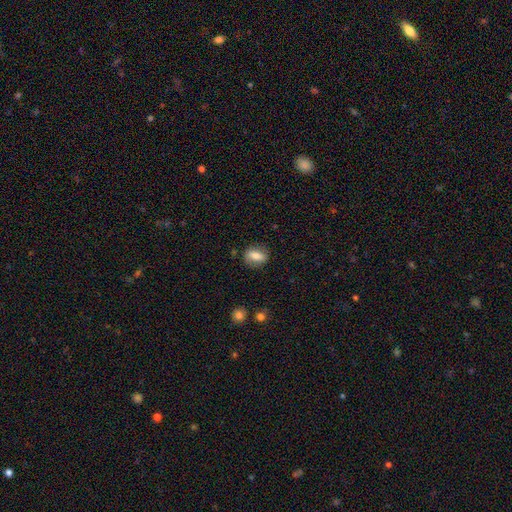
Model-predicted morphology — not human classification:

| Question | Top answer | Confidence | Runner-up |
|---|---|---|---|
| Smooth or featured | smooth | 75% | featured or disk (17%) |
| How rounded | in between | 72% | round (18%) |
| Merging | none | 80% | minor disturbance (14%) |